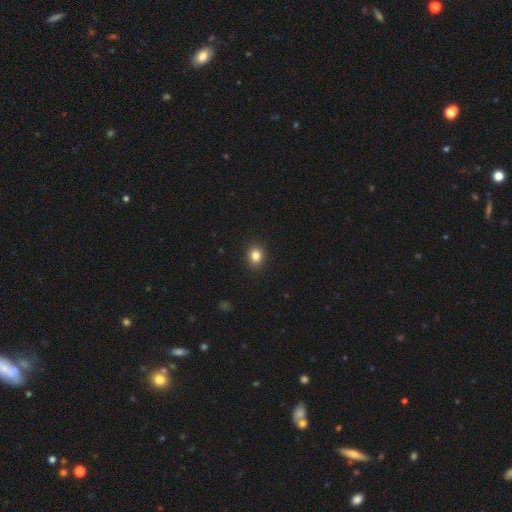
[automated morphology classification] This is clearly a smooth galaxy (83%). How rounded: likely round (73%). Merging: clearly none (92%).